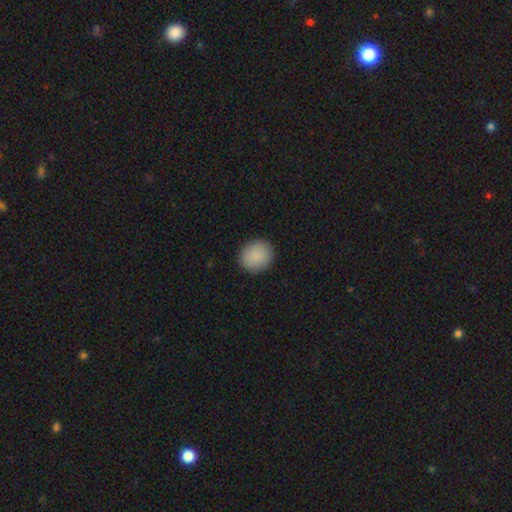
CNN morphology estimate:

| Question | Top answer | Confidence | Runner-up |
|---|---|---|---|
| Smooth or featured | smooth | 89% | star or artifact (7%) |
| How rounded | round | 76% | in between (24%) |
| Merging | none | 89% | minor disturbance (7%) |